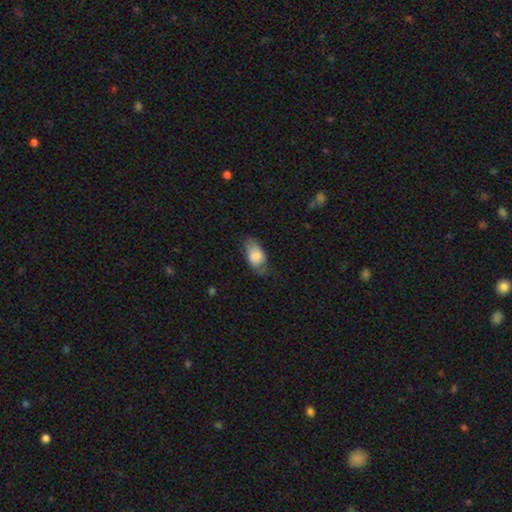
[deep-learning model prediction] smooth 82%, featured or disk 12%, star or artifact 6%. Down the decision tree: how rounded — in between (91%); merging — none (63%).